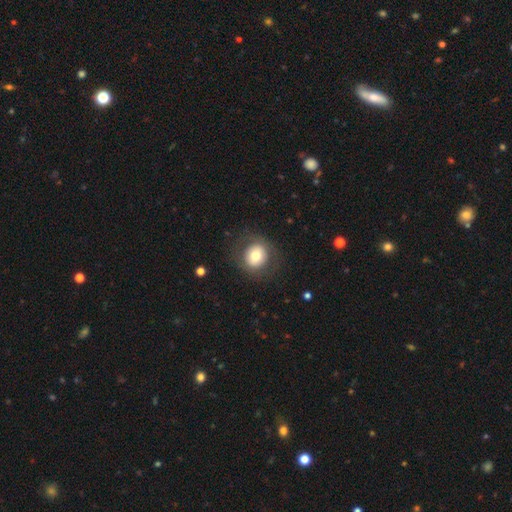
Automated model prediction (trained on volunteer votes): Q: Smooth or featured?
A: smooth (69%); runner-up: featured or disk (21%)
Q: How rounded?
A: round (85%); runner-up: in between (14%)
Q: Merging?
A: none (82%); runner-up: minor disturbance (10%)